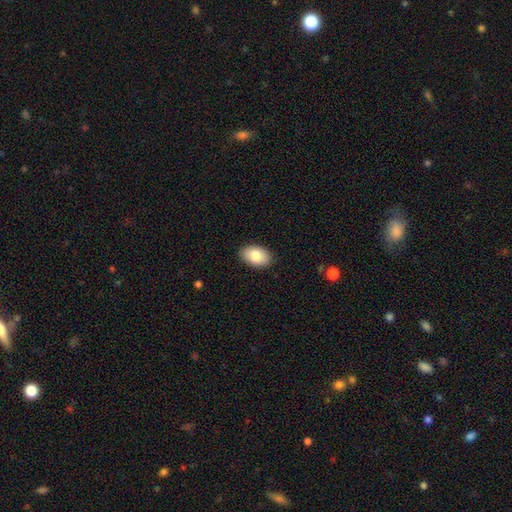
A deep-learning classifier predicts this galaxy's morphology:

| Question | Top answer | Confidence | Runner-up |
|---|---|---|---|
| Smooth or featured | smooth | 84% | featured or disk (9%) |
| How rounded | in between | 92% | round (7%) |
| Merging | none | 88% | minor disturbance (9%) |